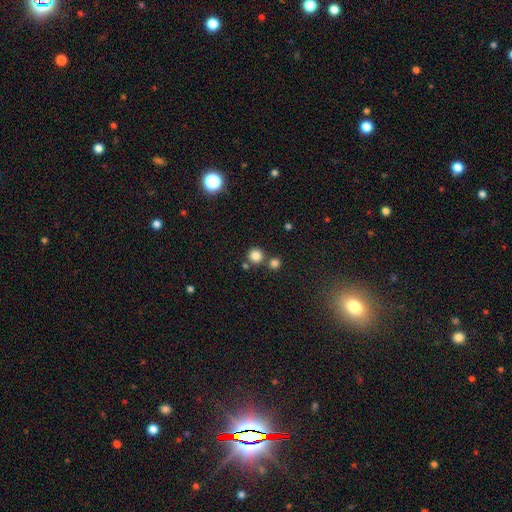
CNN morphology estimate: Q: Smooth or featured?
A: smooth (82%); runner-up: star or artifact (13%)
Q: How rounded?
A: round (93%); runner-up: in between (6%)
Q: Merging?
A: none (74%); runner-up: merger (17%)